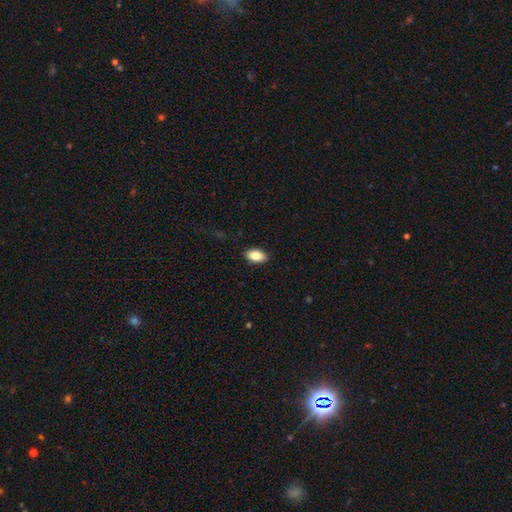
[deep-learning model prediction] The model was most divided on "smooth or featured": smooth: 86%, star or artifact: 7%, featured or disk: 7%. More confident: how rounded — in between (93%); merging — none (88%).